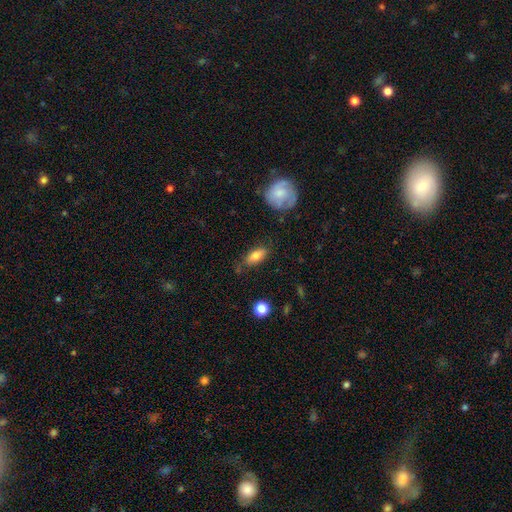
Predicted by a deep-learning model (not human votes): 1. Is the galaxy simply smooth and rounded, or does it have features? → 76% smooth, 16% featured or disk, 7% star or artifact.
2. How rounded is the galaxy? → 82% in between, 13% cigar-shaped, 4% round.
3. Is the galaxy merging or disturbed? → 72% none, 20% minor disturbance, 5% major disturbance, 3% merger.